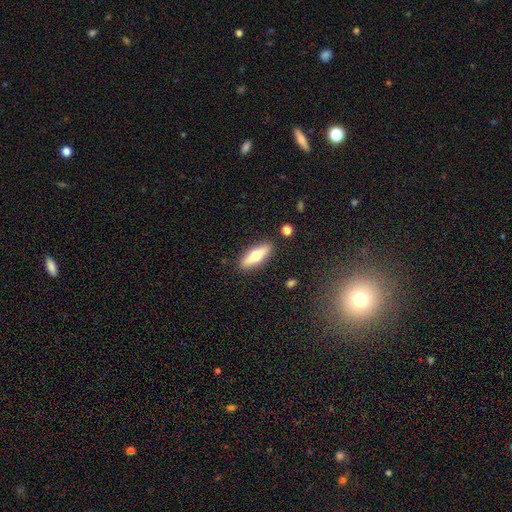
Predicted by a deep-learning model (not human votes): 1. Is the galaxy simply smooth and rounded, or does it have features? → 50% smooth, 44% featured or disk, 6% star or artifact.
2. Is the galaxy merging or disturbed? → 88% none, 8% minor disturbance, 2% major disturbance, 2% merger.